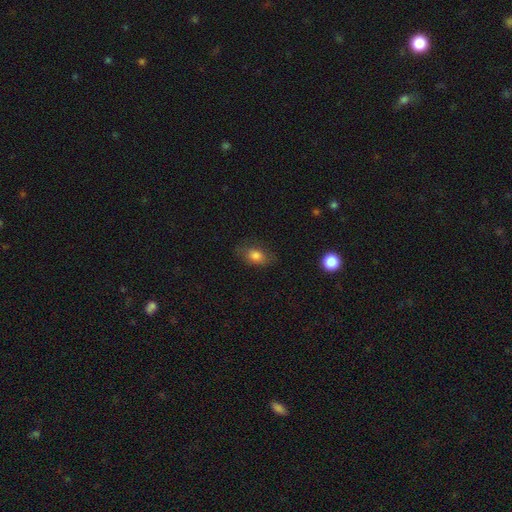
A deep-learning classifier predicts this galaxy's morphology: Smooth or featured: smooth — 78% (featured or disk — 12%)
How rounded: in between — 82% (round — 15%)
Merging: none — 71% (minor disturbance — 20%)